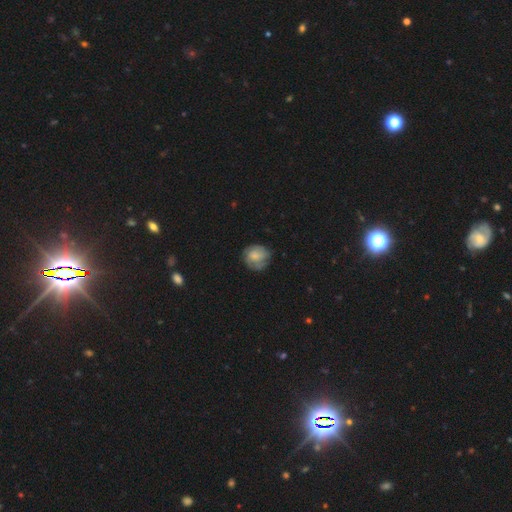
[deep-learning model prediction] Smooth or featured? smooth (61%)
How rounded? round (81%)
Merging? none (65%)